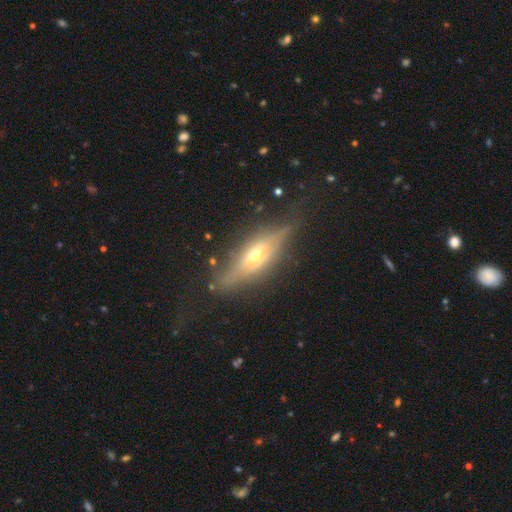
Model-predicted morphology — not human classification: This is likely a featured or disk galaxy (72%). It is clearly viewed edge-on (87%). Edge-on bulge: clearly rounded (86%). Merging: likely none (72%).